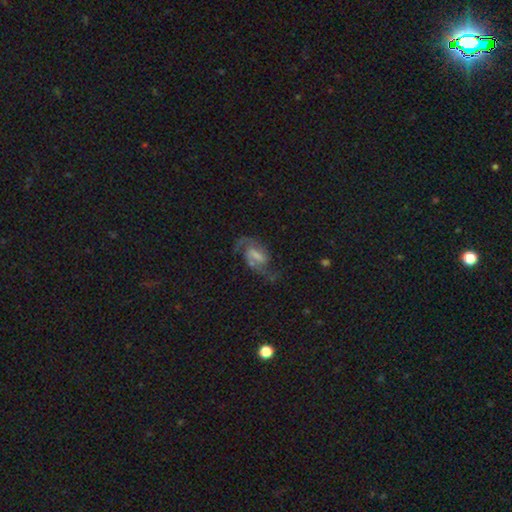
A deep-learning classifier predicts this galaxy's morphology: Smooth or featured? featured or disk (81%)
Edge-on disk? no (97%)
Bar? weak (51%)
Spiral arms? yes (95%)
Spiral winding? medium (50%)
Spiral arm count? 2 (90%)
Bulge size? none (35%)
Merging? none (61%)